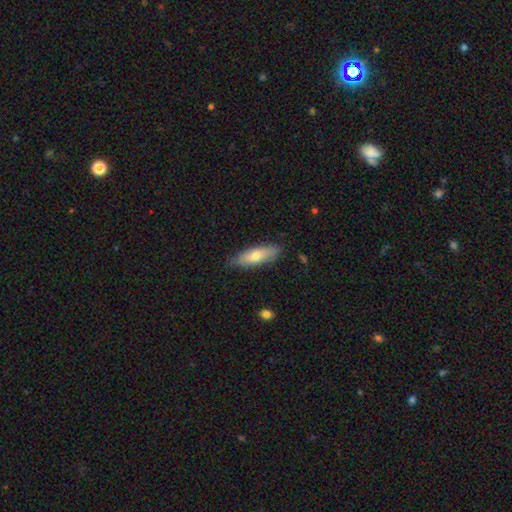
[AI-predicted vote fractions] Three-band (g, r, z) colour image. It shows a smooth galaxy with no disk features (69%) that is in between round and cigar-shaped (53%). Merging: none (80%).